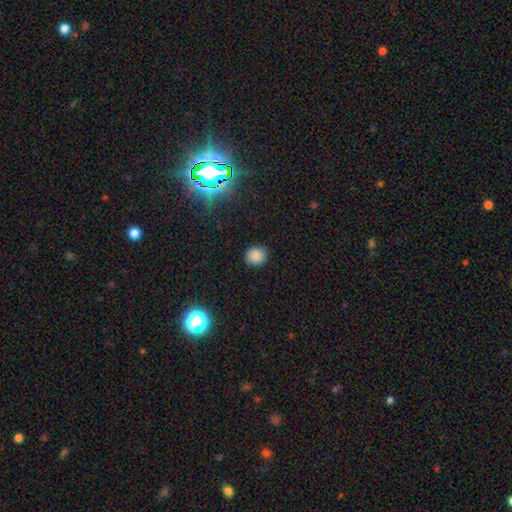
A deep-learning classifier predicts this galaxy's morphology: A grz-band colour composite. It shows a smooth galaxy with no disk features (82%) that is round (82%). Merging: none (85%).